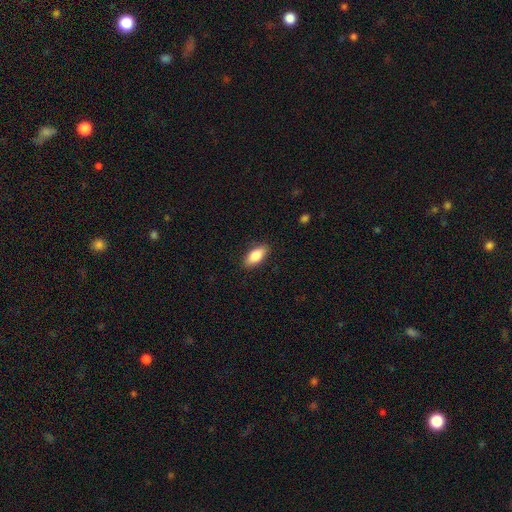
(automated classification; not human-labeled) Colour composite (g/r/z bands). It shows a smooth galaxy with no disk features (84%) that is in between round and cigar-shaped (87%). Merging: none (88%).